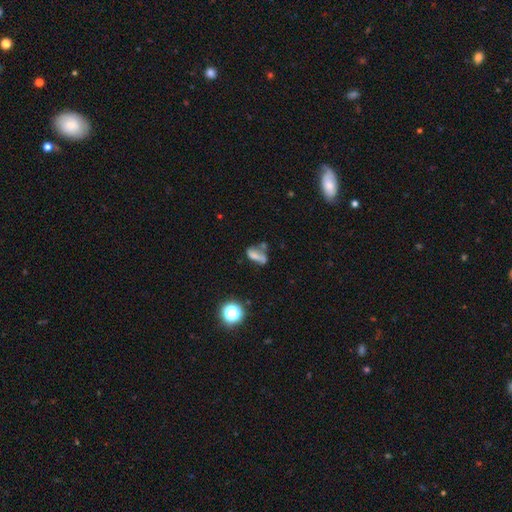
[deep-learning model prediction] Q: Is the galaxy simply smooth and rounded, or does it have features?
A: smooth — 54%.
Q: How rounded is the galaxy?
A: in between — 68%.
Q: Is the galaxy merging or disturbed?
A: none — 34%.